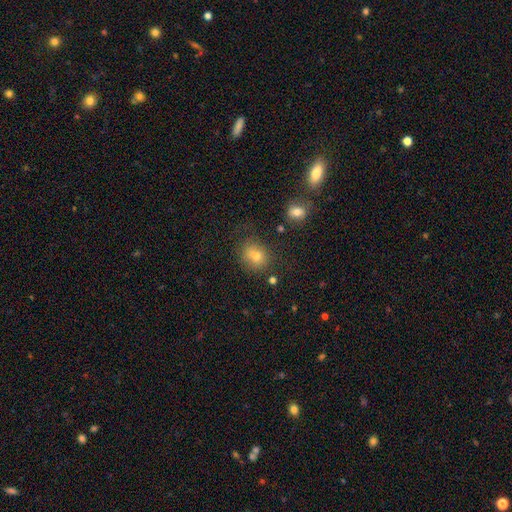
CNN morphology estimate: This is likely a smooth galaxy (74%). How rounded: possibly round (60%). Merging: likely none (71%).